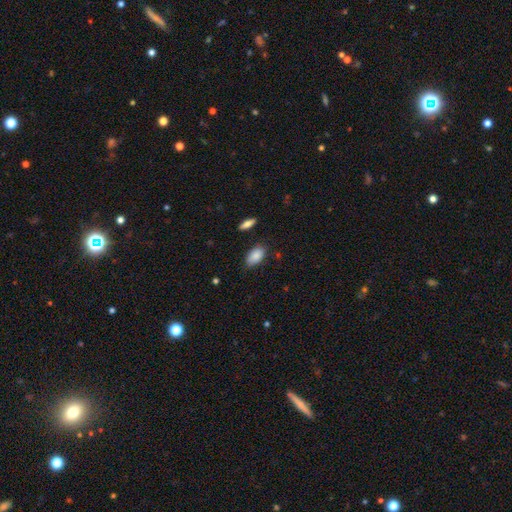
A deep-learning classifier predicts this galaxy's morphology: smooth-or-featured: smooth: 87% | star or artifact: 7% | featured or disk: 6%
  how-rounded: in between: 93% | round: 4% | cigar-shaped: 3%
  merging: none: 80% | minor disturbance: 15% | major disturbance: 3% | merger: 2%